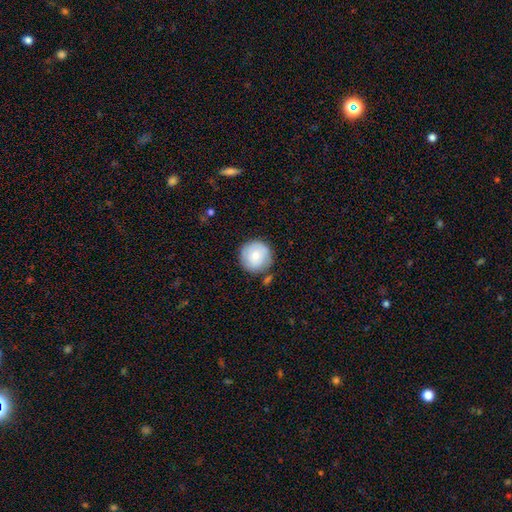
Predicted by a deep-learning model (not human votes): Smooth or featured: smooth — 77% (featured or disk — 16%)
How rounded: round — 96% (in between — 3%)
Merging: none — 80% (minor disturbance — 12%)